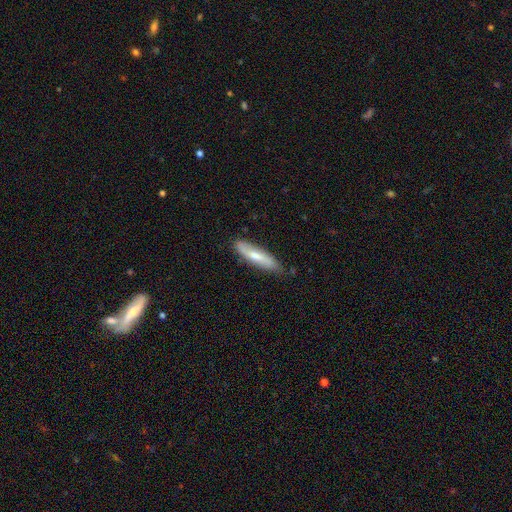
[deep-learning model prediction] Q: Smooth or featured?
A: smooth (59%); runner-up: featured or disk (35%)
Q: How rounded?
A: cigar-shaped (77%); runner-up: in between (21%)
Q: Merging?
A: none (77%); runner-up: minor disturbance (19%)